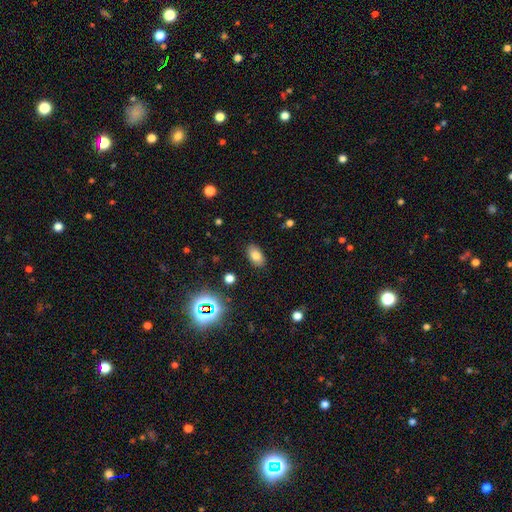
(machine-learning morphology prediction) Smooth or featured?
  - smooth: 78% *
  - star or artifact: 13%
  - featured or disk: 10%
How rounded?
  - in between: 92% *
  - round: 6%
  - cigar-shaped: 2%
Merging?
  - none: 87% *
  - minor disturbance: 9%
  - major disturbance: 3%
  - merger: 1%